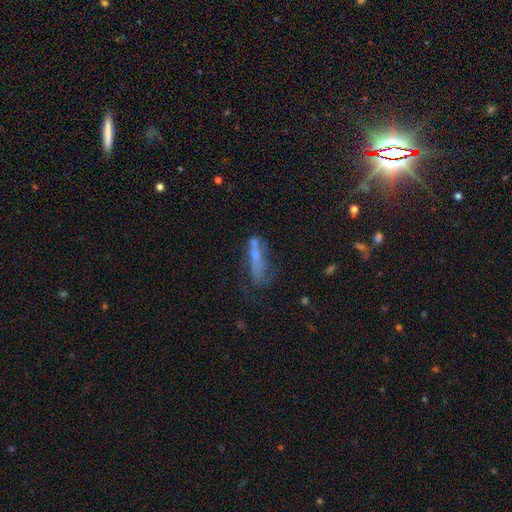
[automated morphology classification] The model was most divided on "merging": none: 34%, major disturbance: 26%, minor disturbance: 21%, merger: 19%. Remaining: smooth or featured — smooth (49%).